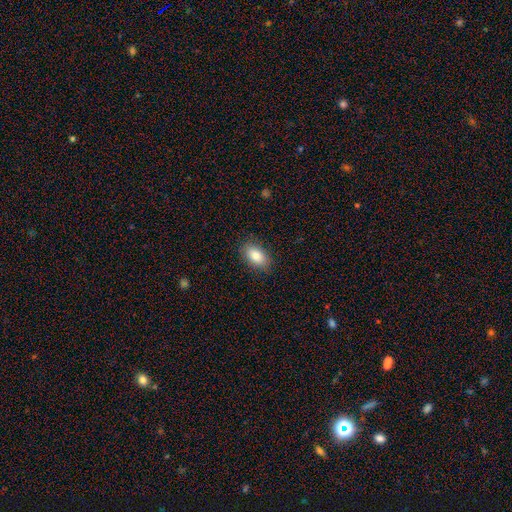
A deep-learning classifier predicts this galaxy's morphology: Smooth or featured? Predicted: smooth (p=0.85). How rounded? Predicted: in between (p=0.91). Merging? Predicted: none (p=0.87).